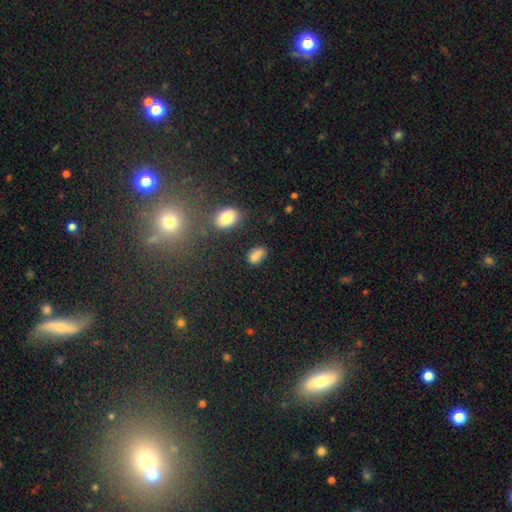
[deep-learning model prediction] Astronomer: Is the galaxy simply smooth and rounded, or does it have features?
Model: smooth — 79%.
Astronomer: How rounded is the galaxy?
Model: in between — 83%.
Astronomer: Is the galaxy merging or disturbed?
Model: none — 54%.